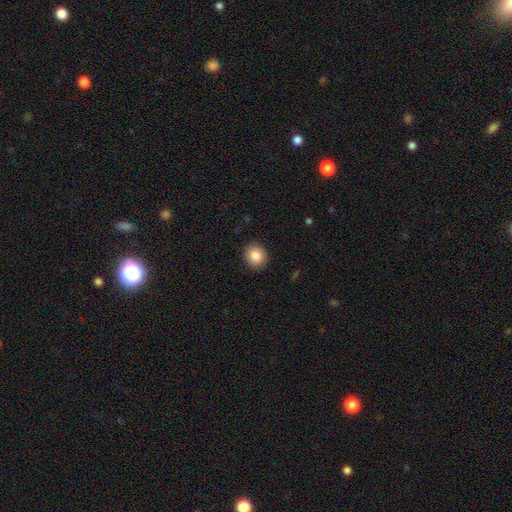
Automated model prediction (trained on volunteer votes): The model was most divided on "how rounded": round: 79%, in between: 20%, cigar-shaped: 1%. More confident: merging — none (91%); smooth or featured — smooth (85%).